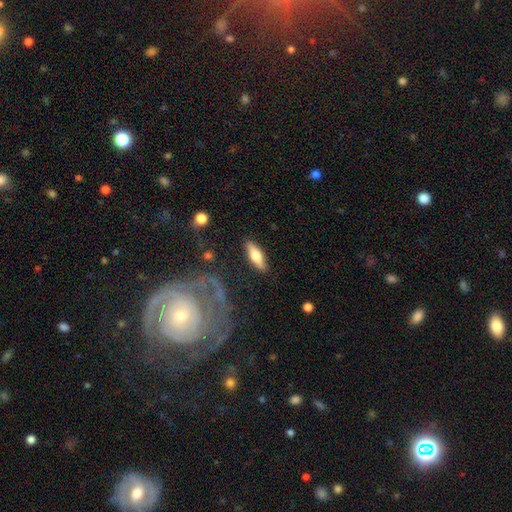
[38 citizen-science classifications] Volunteers were most divided on "how rounded": in between: 55%, cigar-shaped: 45%, round: 0%. More confident: merging — none (83%); smooth or featured — smooth (82%).